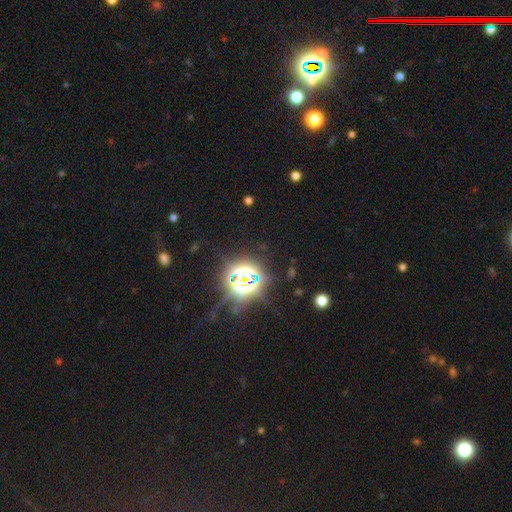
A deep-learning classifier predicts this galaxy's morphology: Overall: star or artifact (83%).